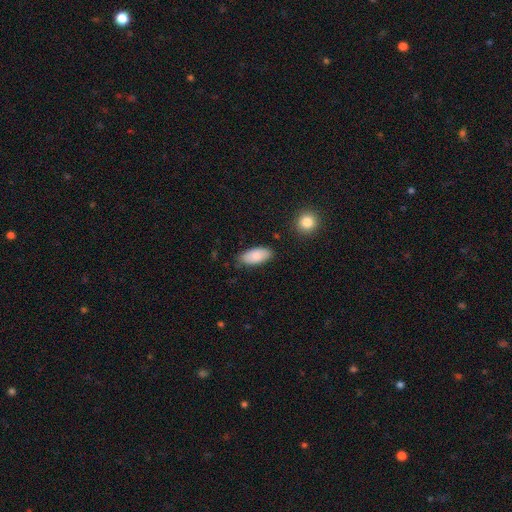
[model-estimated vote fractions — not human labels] Smooth or featured? Predicted: smooth (p=0.82). How rounded? Predicted: in between (p=0.90). Merging? Predicted: none (p=0.80).